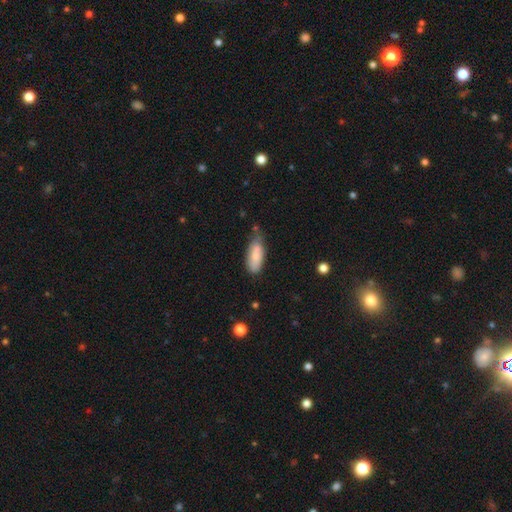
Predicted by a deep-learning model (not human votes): The model was most divided on "merging": none: 49%, minor disturbance: 38%, major disturbance: 8%, merger: 5%. More confident: smooth or featured — smooth (82%); how rounded — in between (77%).